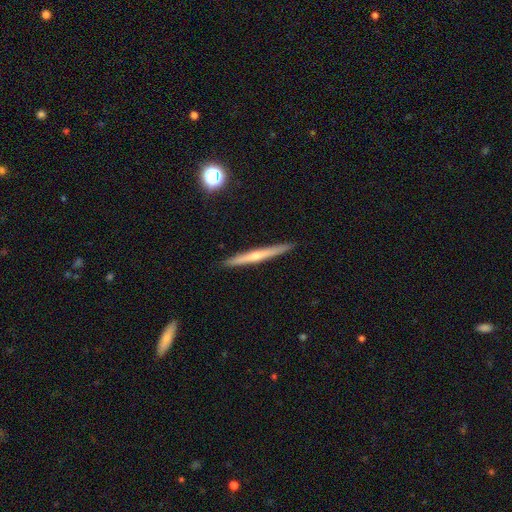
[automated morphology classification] Q: Smooth or featured?
A: featured or disk (54%); runner-up: smooth (39%)
Q: Edge-on disk?
A: yes (97%); runner-up: no (3%)
Q: Edge-on bulge?
A: rounded (50%); runner-up: none (45%)
Q: Merging?
A: none (92%); runner-up: minor disturbance (6%)